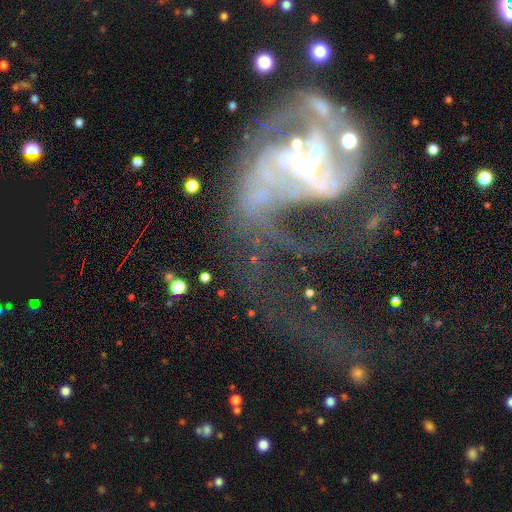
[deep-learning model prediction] This is clearly a featured or disk galaxy (83%). It is clearly not viewed edge-on (97%). Bar: marginally no (41%). Spiral arm pattern: clearly yes (85%). Spiral arm count: marginally 2 (42%). Spiral winding: possibly loose (45%). Central bulge: marginally moderate (41%). Merging: possibly major disturbance (53%).